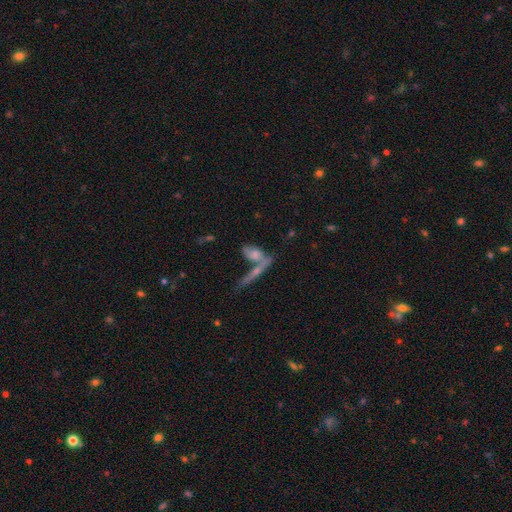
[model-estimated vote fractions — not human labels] Morphology: type=smooth (54%); roundness=in between (61%); merging=merger (50%).